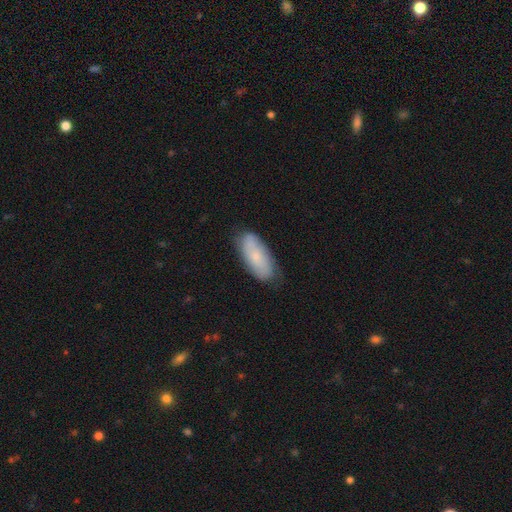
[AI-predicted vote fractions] Morphology: type=smooth (68%); roundness=in between (82%); merging=none (78%).